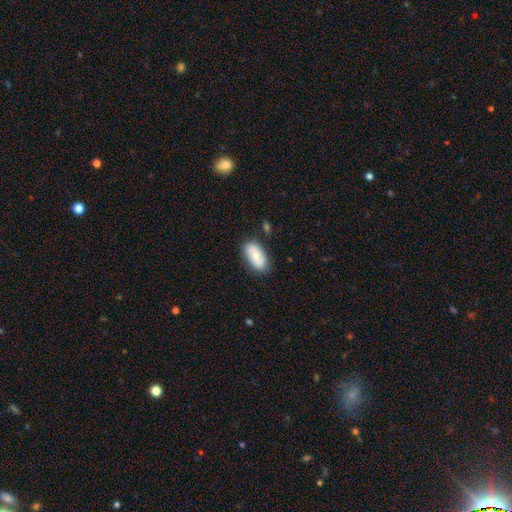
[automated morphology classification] A smooth galaxy with no disk features (68%) that is in between round and cigar-shaped (93%).

Vote fractions:
- Smooth or featured? smooth: 68% / featured or disk: 25% / star or artifact: 6%
- How rounded? in between: 93% / round: 4% / cigar-shaped: 3%
- Merging? none: 79% / minor disturbance: 15% / merger: 3% / major disturbance: 3%